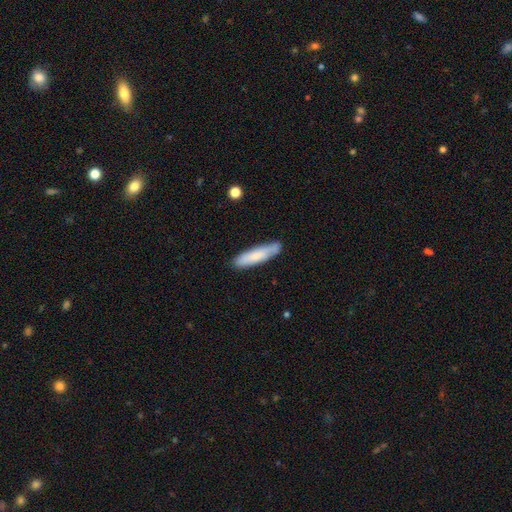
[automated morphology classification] Smooth or featured?
  - smooth: 76% *
  - featured or disk: 19%
  - star or artifact: 6%
How rounded?
  - cigar-shaped: 78% *
  - in between: 20%
  - round: 1%
Merging?
  - none: 80% *
  - minor disturbance: 15%
  - major disturbance: 3%
  - merger: 2%